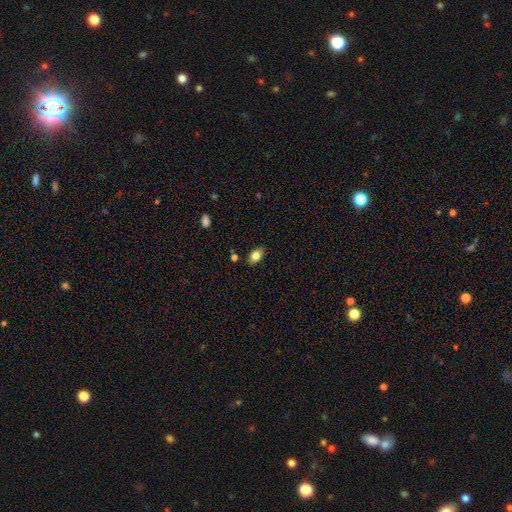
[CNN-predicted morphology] Q: Smooth or featured?
A: smooth (78%); runner-up: featured or disk (13%)
Q: How rounded?
A: in between (88%); runner-up: round (9%)
Q: Merging?
A: none (85%); runner-up: minor disturbance (11%)